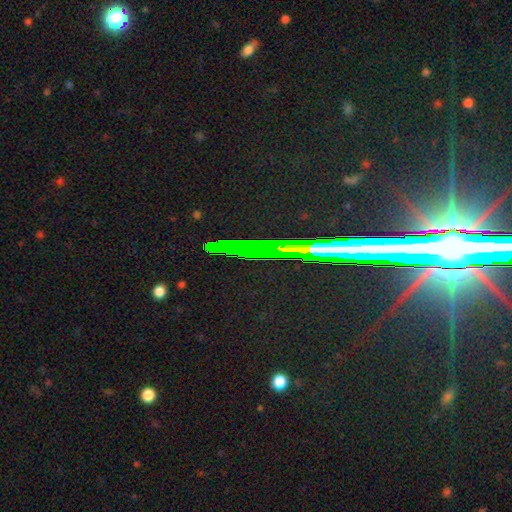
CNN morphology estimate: star or artifact 72%, featured or disk 19%, smooth 9%.